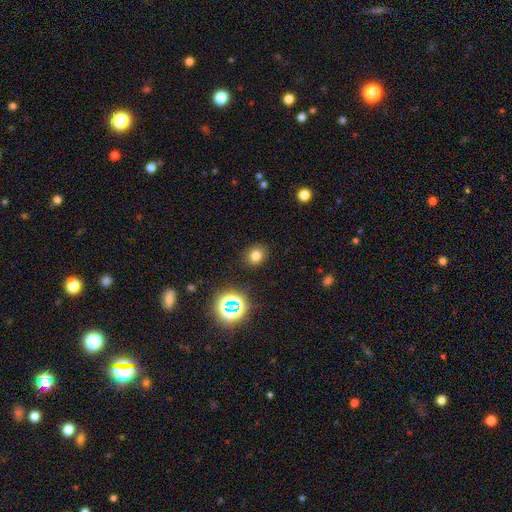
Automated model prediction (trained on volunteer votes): Morphology: type=smooth (73%); roundness=round (67%); merging=none (87%).